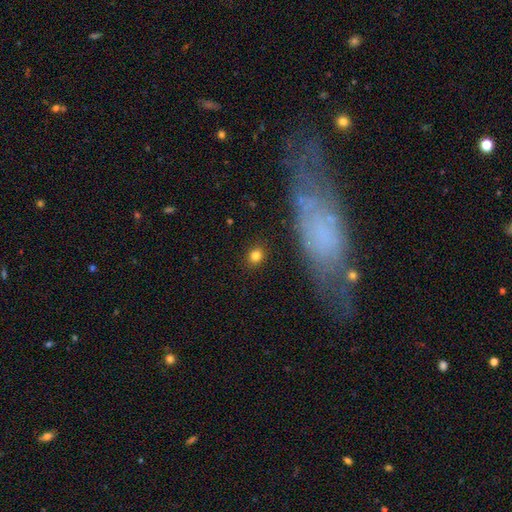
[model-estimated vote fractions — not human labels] This appears to be a smooth galaxy with no disk features (82%) that is round (75%). Merging: none (88%).